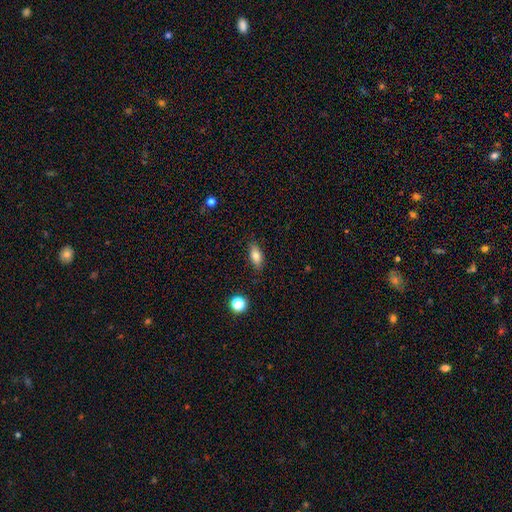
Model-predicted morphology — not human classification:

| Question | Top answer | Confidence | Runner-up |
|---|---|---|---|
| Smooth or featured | smooth | 80% | featured or disk (11%) |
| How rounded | in between | 83% | cigar-shaped (12%) |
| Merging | none | 83% | minor disturbance (13%) |